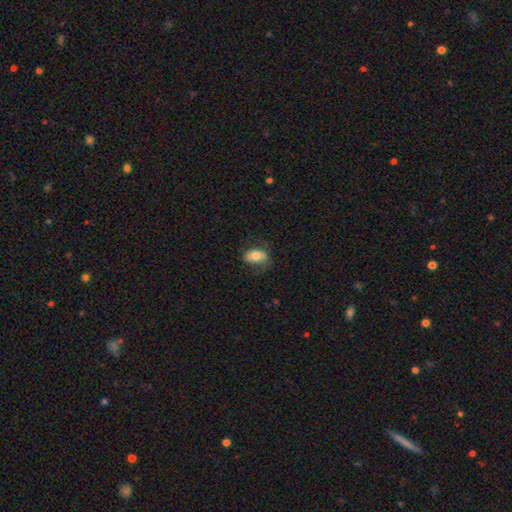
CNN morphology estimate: A smooth galaxy with no disk features (62%) that is in between round and cigar-shaped (84%).

Vote fractions:
- Smooth or featured? smooth: 62% / featured or disk: 30% / star or artifact: 8%
- How rounded? in between: 84% / round: 14% / cigar-shaped: 2%
- Merging? none: 57% / minor disturbance: 24% / major disturbance: 17% / merger: 1%